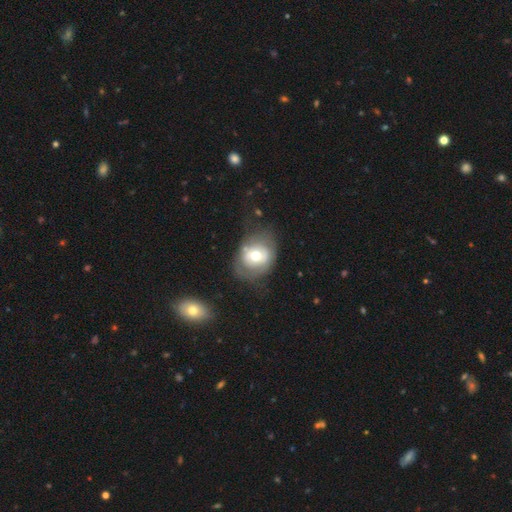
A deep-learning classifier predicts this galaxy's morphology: type=featured or disk (49%); merging=none (59%).